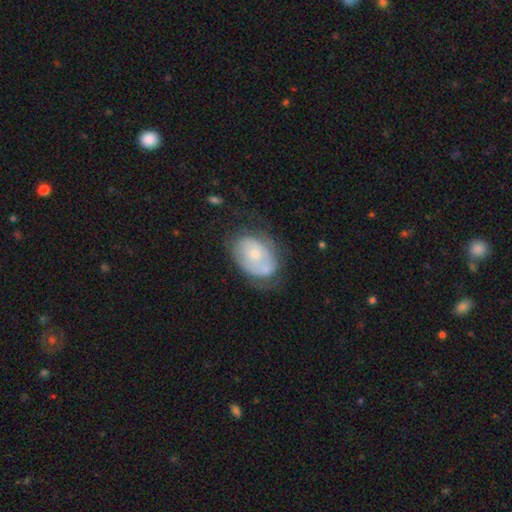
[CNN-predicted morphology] featured or disk 50%, smooth 43%, star or artifact 7%. Down the decision tree: merging — none (48%).